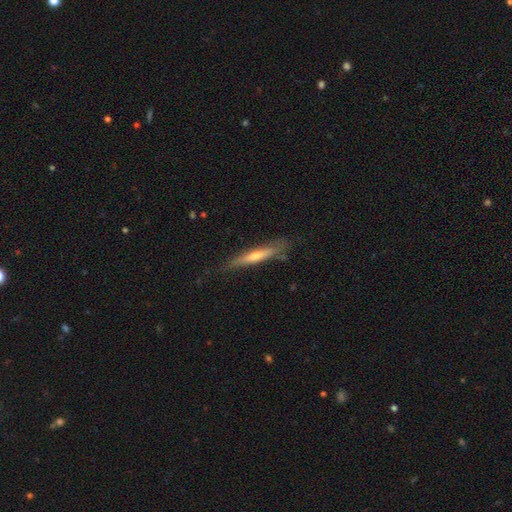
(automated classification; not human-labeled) smooth-or-featured: featured or disk: 52% | smooth: 42% | star or artifact: 6%
  disk-edge-on: yes: 90% | no: 10%
  merging: none: 76% | minor disturbance: 18% | major disturbance: 4% | merger: 2%